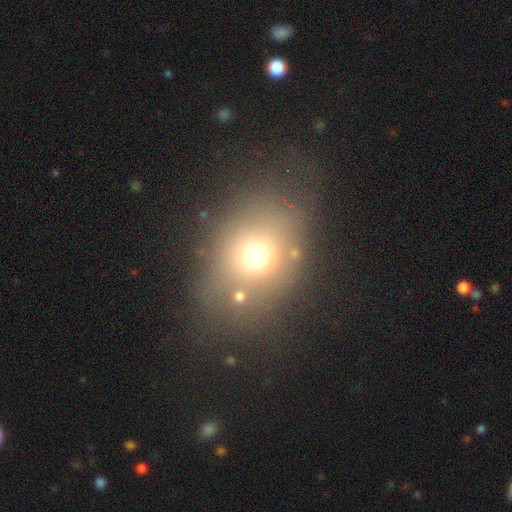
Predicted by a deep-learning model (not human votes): Overall: smooth (66%). How rounded: round (55%; in between 44%). Merging: none (67%).